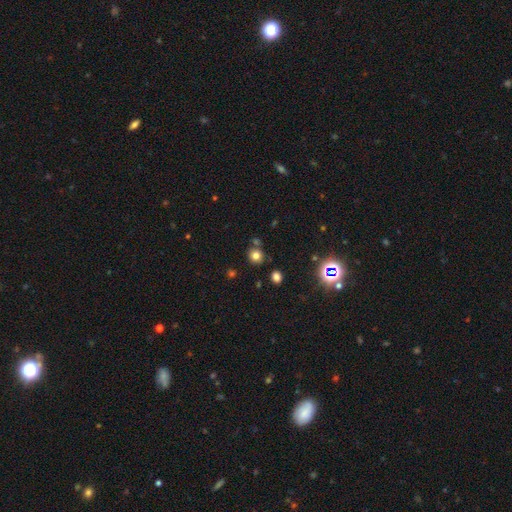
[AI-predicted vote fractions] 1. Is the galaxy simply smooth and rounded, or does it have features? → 77% smooth, 17% star or artifact, 7% featured or disk.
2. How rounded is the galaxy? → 83% round, 16% in between, 1% cigar-shaped.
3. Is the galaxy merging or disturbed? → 78% none, 10% merger, 10% minor disturbance, 3% major disturbance.